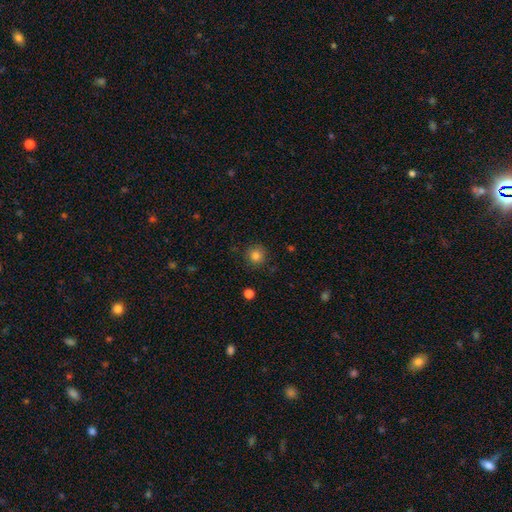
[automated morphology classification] This is clearly a smooth galaxy (82%). How rounded: clearly round (93%). Merging: clearly none (88%).